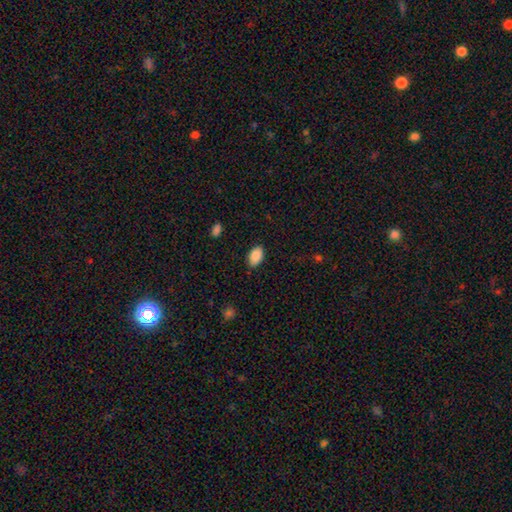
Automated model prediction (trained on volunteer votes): Morphology: type=smooth (88%); roundness=in between (93%); merging=none (85%).